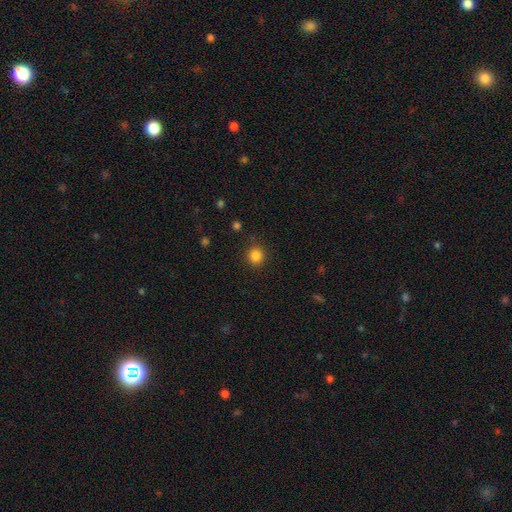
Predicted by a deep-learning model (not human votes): This appears to be a smooth galaxy with no disk features (84%) that is round (91%). Merging: none (89%).